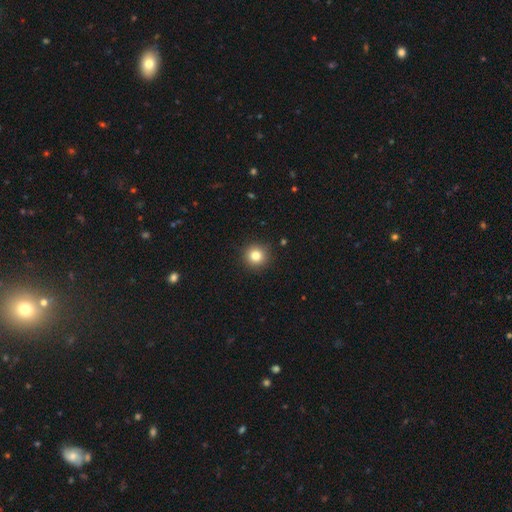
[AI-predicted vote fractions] smooth-or-featured: smooth: 81% | star or artifact: 12% | featured or disk: 7%
  how-rounded: round: 95% | in between: 4% | cigar-shaped: 1%
  merging: none: 92% | minor disturbance: 5% | major disturbance: 2% | merger: 1%